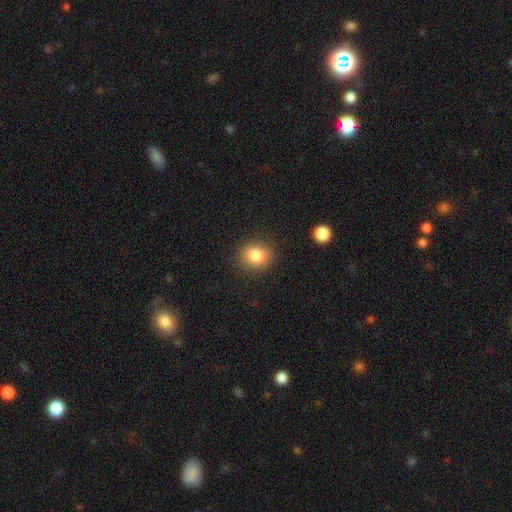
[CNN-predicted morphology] This appears to be a smooth galaxy with no disk features (84%) that is round (69%). Merging: none (87%).